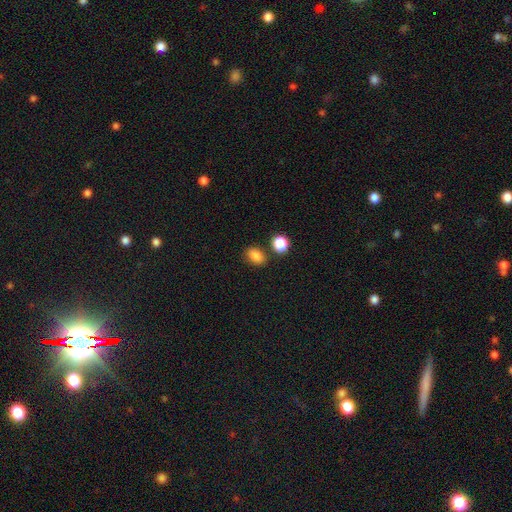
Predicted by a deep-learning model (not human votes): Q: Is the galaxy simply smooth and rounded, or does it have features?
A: smooth — 84%.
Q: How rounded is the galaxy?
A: in between — 75%.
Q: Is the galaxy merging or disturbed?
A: none — 77%.